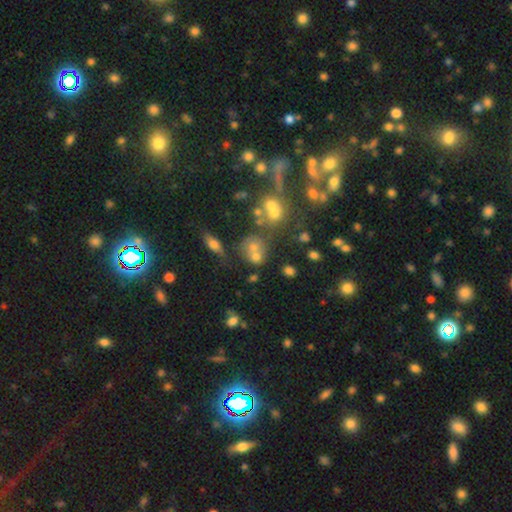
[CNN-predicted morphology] smooth_or_featured: smooth (p=0.60) [alt: star or artifact p=0.21]
how_rounded: round (p=0.68) [alt: in between p=0.30]
merging: none (p=0.44) [alt: merger p=0.38]